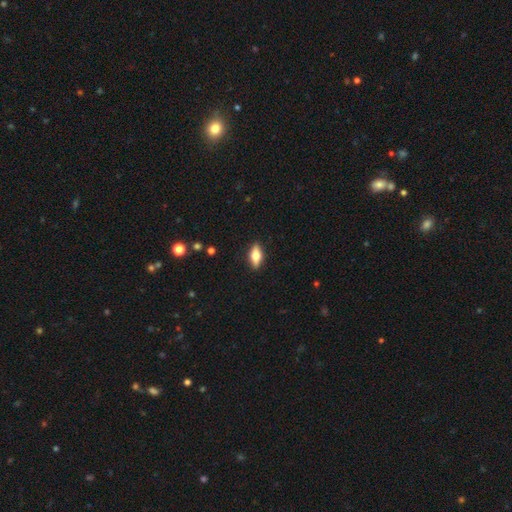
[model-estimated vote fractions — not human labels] Morphology: type=smooth (55%); roundness=in between (72%); merging=none (89%).